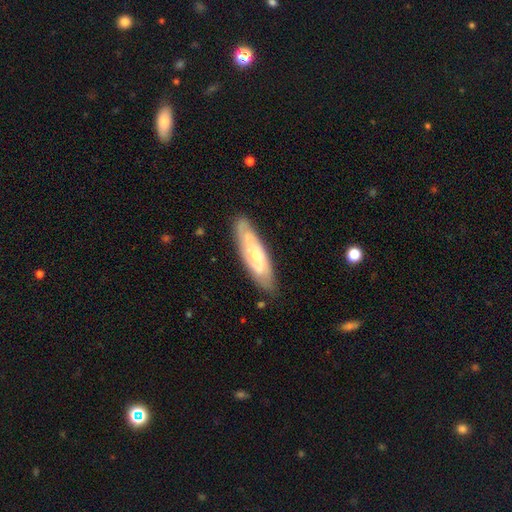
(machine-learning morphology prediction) type=featured or disk (62%); edge-on=no (72%); merging=none (80%).